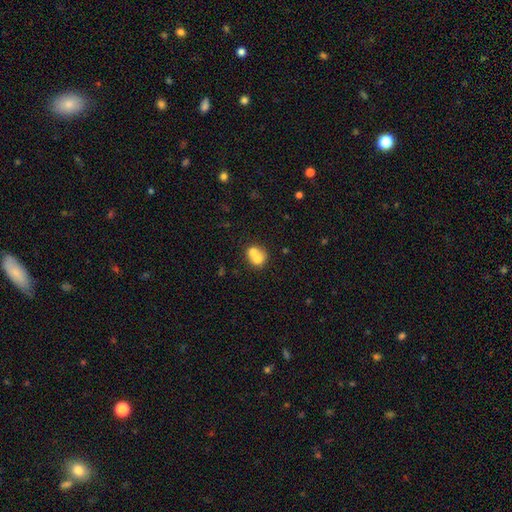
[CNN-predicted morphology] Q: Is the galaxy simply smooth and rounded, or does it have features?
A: smooth — 66%.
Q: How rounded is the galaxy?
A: round — 68%.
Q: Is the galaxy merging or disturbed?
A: merger — 66%.